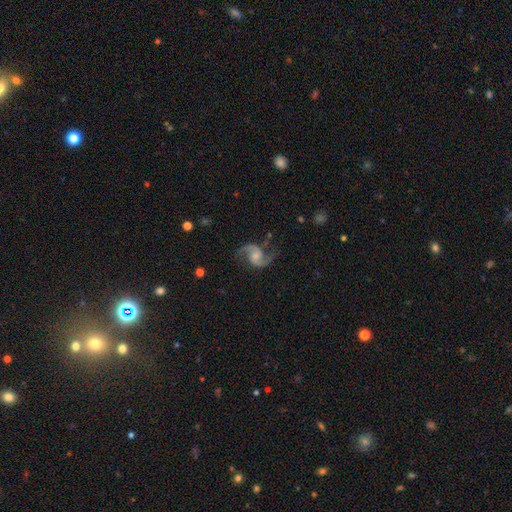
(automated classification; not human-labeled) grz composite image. It shows a featured or disk galaxy (91%) with no bar (56%), 2 (94%) medium (47%) spiral arms (98%) and a small central bulge (42%). Merging: none (76%).